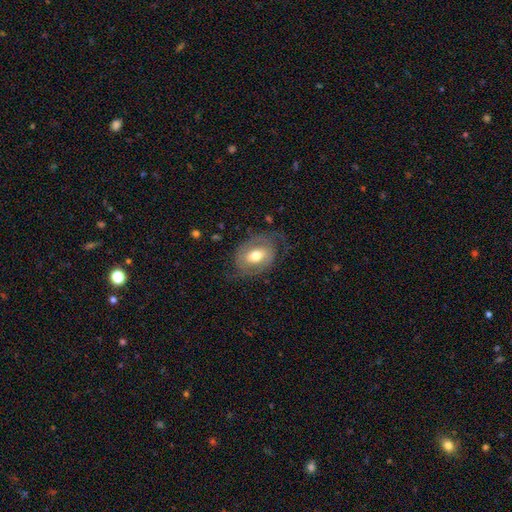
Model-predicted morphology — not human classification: smooth_or_featured: featured or disk (p=0.64) [alt: smooth p=0.30]
disk_edge_on: no (p=0.95) [alt: yes p=0.05]
bar: no (p=0.44) [alt: weak p=0.37]
has_spiral_arms: yes (p=0.69) [alt: no p=0.31]
bulge_size: moderate (p=0.72) [alt: large p=0.15]
merging: none (p=0.64) [alt: minor disturbance p=0.19]